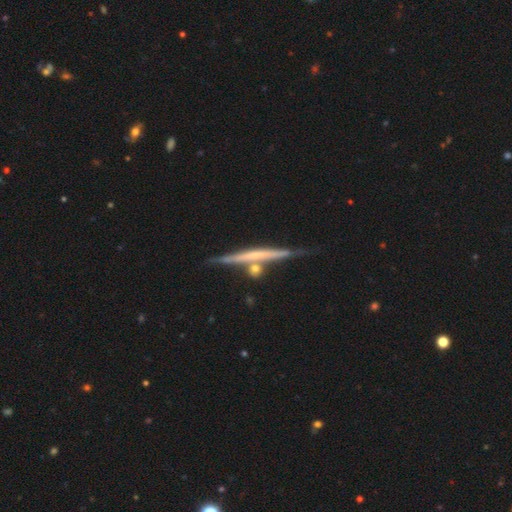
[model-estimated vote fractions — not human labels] This appears to be a featured or disk galaxy (69%) viewed edge-on (97%) with no central bulge (71%). Merging: none (71%).